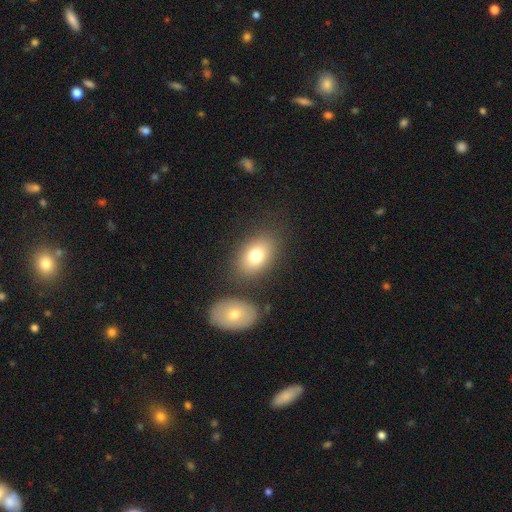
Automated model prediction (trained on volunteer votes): Smooth or featured? Predicted: smooth (p=0.77). How rounded? Predicted: in between (p=0.80). Merging? Predicted: none (p=0.73).